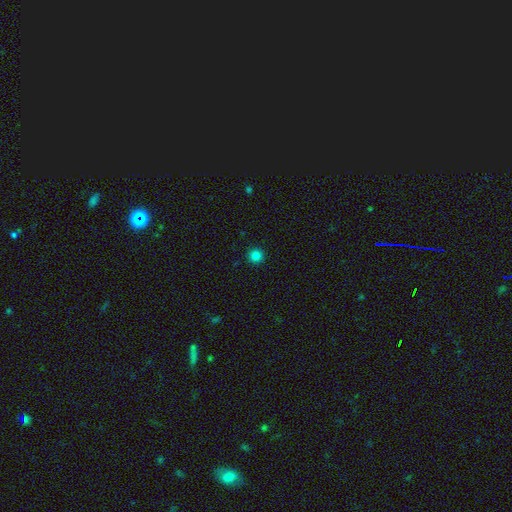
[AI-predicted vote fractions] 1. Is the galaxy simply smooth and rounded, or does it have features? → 83% smooth, 13% star or artifact, 4% featured or disk.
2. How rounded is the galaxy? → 96% round, 3% in between, 1% cigar-shaped.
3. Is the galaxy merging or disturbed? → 93% none, 4% minor disturbance, 2% major disturbance, 1% merger.